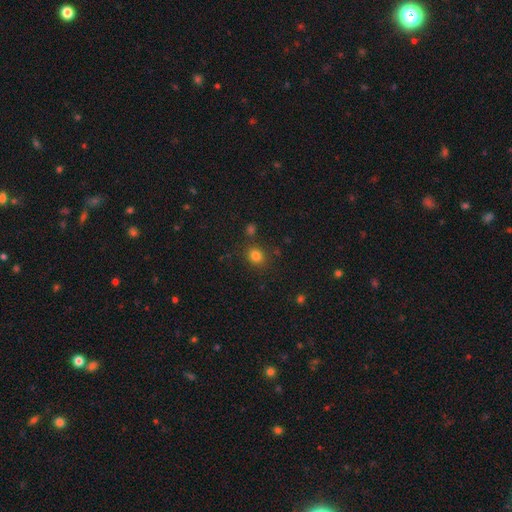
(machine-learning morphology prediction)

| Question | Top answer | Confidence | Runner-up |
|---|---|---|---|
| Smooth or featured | smooth | 80% | star or artifact (14%) |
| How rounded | round | 68% | in between (31%) |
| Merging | none | 81% | minor disturbance (10%) |